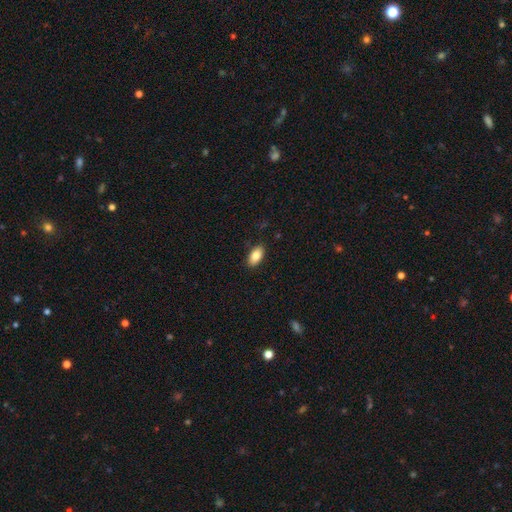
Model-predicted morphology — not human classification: A smooth galaxy with no disk features (84%) that is in between round and cigar-shaped (92%).

Vote fractions:
- Smooth or featured? smooth: 84% / featured or disk: 9% / star or artifact: 7%
- How rounded? in between: 92% / cigar-shaped: 4% / round: 4%
- Merging? none: 87% / minor disturbance: 10% / major disturbance: 2% / merger: 1%